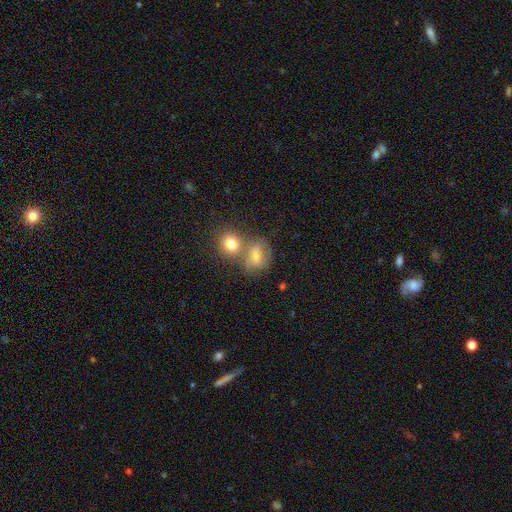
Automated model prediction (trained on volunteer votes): smooth-or-featured: smooth: 60% | featured or disk: 29% | star or artifact: 11%
  how-rounded: round: 52% | in between: 46% | cigar-shaped: 2%
  merging: merger: 43% | none: 36% | minor disturbance: 13% | major disturbance: 7%